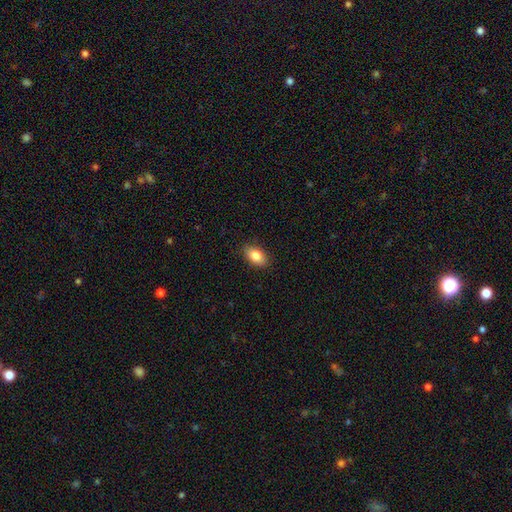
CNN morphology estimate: Smooth or featured?
  - smooth: 84% *
  - featured or disk: 9%
  - star or artifact: 7%
How rounded?
  - in between: 90% *
  - round: 7%
  - cigar-shaped: 3%
Merging?
  - none: 89% *
  - minor disturbance: 8%
  - major disturbance: 2%
  - merger: 1%